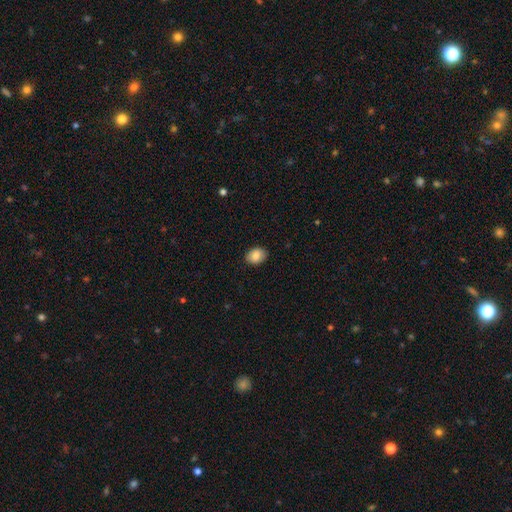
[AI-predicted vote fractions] Overall: smooth (85%). How rounded: in between (65%; round 34%). Merging: none (88%).